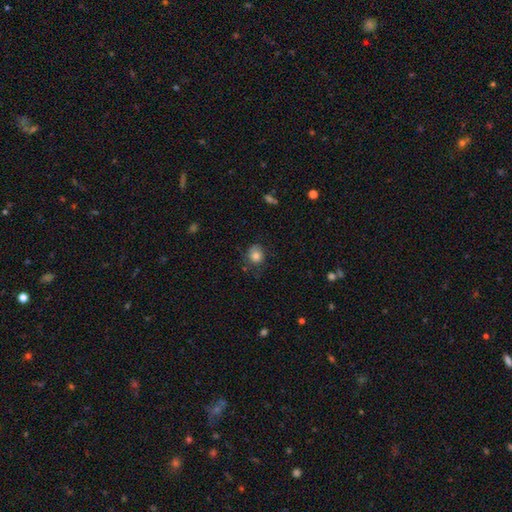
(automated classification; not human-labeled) Smooth or featured: smooth — 81% (star or artifact — 10%)
How rounded: round — 77% (in between — 22%)
Merging: none — 65% (minor disturbance — 25%)